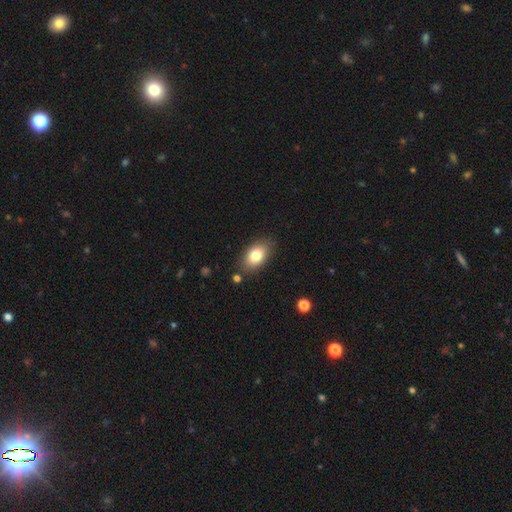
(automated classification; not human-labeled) Smooth or featured? smooth (80%)
How rounded? in between (89%)
Merging? none (84%)